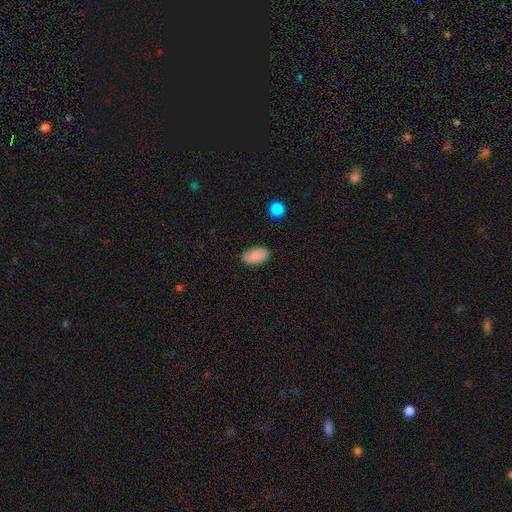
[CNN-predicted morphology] A smooth galaxy with no disk features (88%) that is in between round and cigar-shaped (94%).

Vote fractions:
- Smooth or featured? smooth: 88% / star or artifact: 7% / featured or disk: 5%
- How rounded? in between: 94% / round: 4% / cigar-shaped: 2%
- Merging? none: 86% / minor disturbance: 10% / major disturbance: 2% / merger: 1%